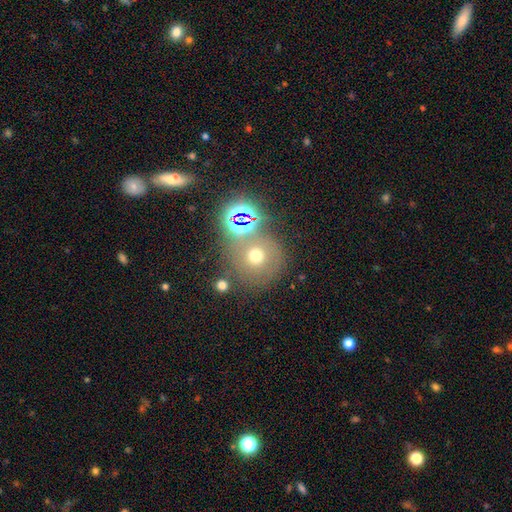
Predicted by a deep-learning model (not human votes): smooth_or_featured: smooth (p=0.58) [alt: star or artifact p=0.26]
how_rounded: round (p=0.91) [alt: in between p=0.08]
merging: none (p=0.67) [alt: merger p=0.15]